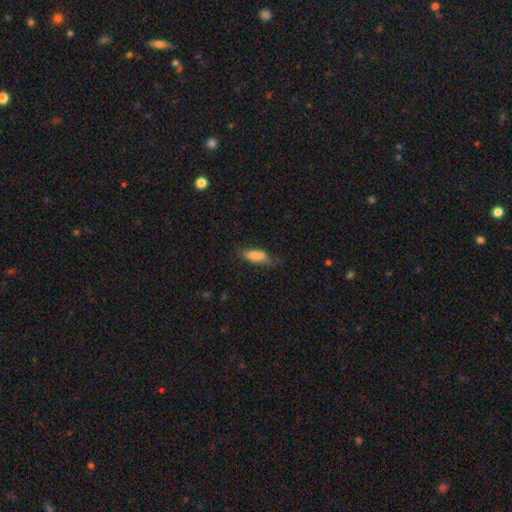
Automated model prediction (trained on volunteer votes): Smooth or featured?
  - smooth: 77% *
  - featured or disk: 17%
  - star or artifact: 7%
How rounded?
  - in between: 70% *
  - cigar-shaped: 27%
  - round: 3%
Merging?
  - none: 51% *
  - minor disturbance: 31%
  - major disturbance: 16%
  - merger: 2%